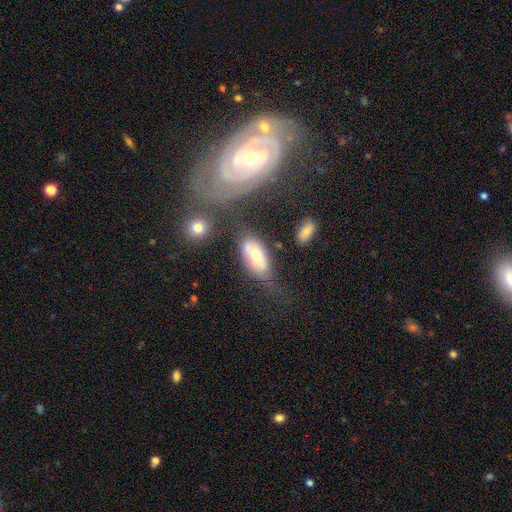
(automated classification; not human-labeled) smooth-or-featured: smooth: 60% | featured or disk: 31% | star or artifact: 8%
  how-rounded: in between: 89% | cigar-shaped: 7% | round: 4%
  merging: none: 48% | minor disturbance: 26% | major disturbance: 16% | merger: 10%